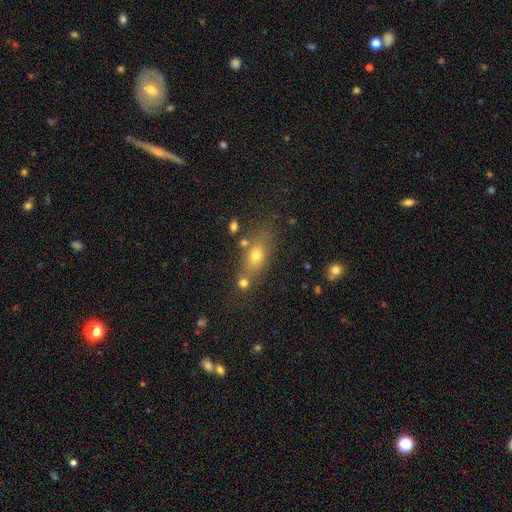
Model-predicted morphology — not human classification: type=smooth (67%); roundness=in between (66%); merging=none (65%).